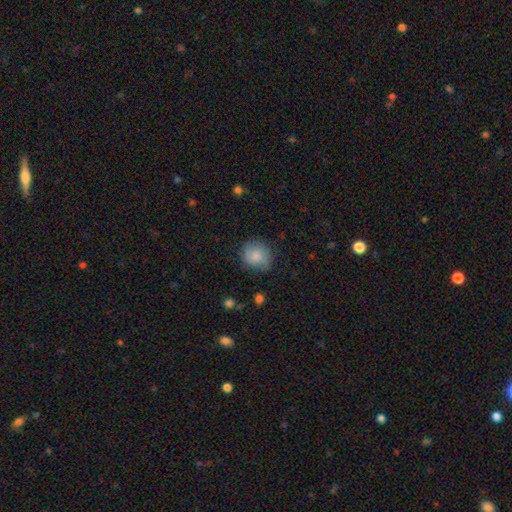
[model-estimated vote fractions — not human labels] A smooth galaxy with no disk features (81%) that is round (78%).

Vote fractions:
- Smooth or featured? smooth: 81% / featured or disk: 11% / star or artifact: 8%
- How rounded? round: 78% / in between: 21% / cigar-shaped: 1%
- Merging? none: 73% / minor disturbance: 20% / major disturbance: 5% / merger: 2%